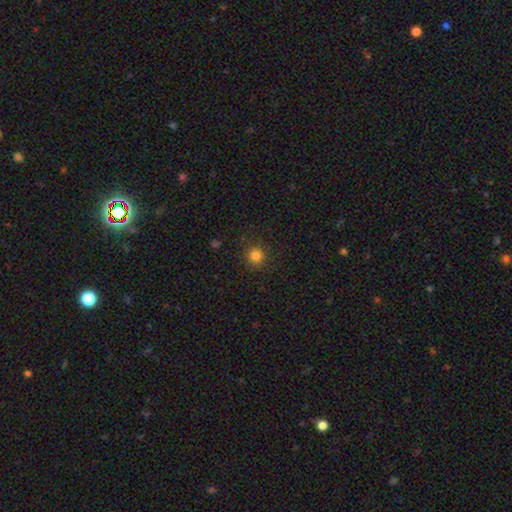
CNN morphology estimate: type=smooth (83%); roundness=round (93%); merging=none (88%).